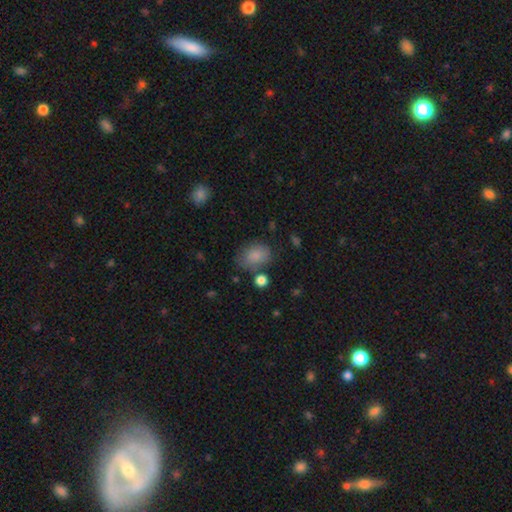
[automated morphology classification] The model was most divided on "how rounded": in between: 68%, round: 31%, cigar-shaped: 1%. More confident: smooth or featured — smooth (83%); merging — none (61%).